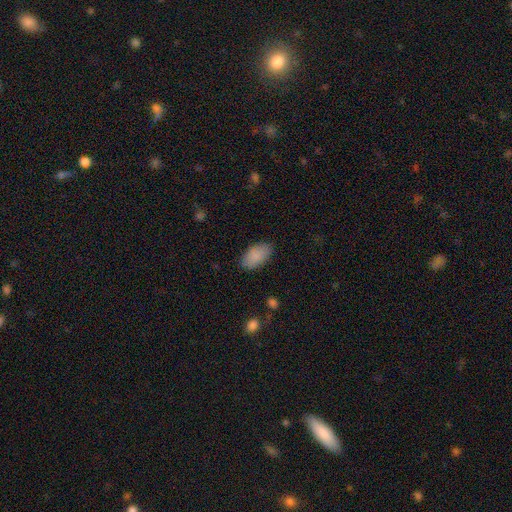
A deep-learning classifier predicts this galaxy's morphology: Overall: smooth (89%). How rounded: in between (95%). Merging: none (86%).